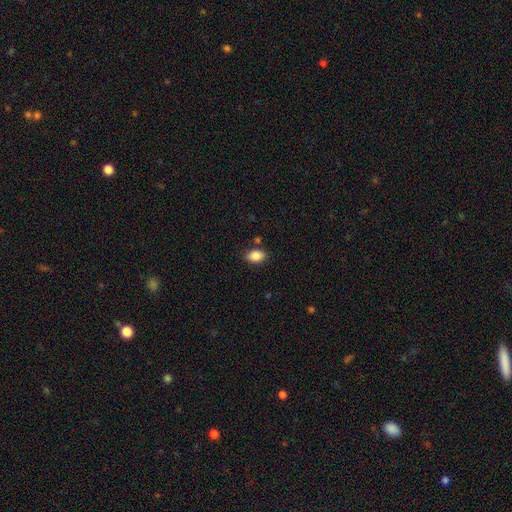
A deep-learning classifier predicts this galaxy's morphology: The model was most divided on "how rounded": in between: 82%, round: 17%, cigar-shaped: 1%. More confident: smooth or featured — smooth (86%); merging — none (83%).